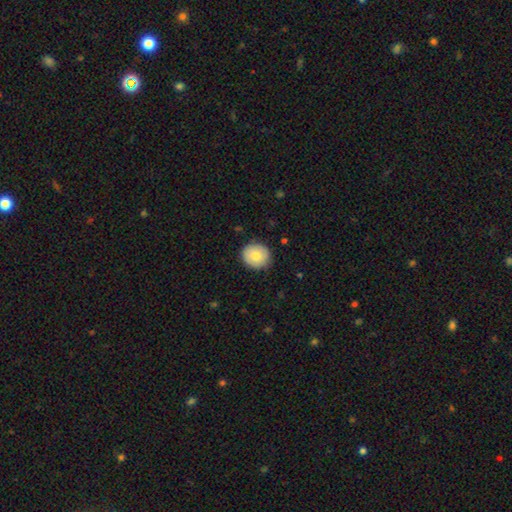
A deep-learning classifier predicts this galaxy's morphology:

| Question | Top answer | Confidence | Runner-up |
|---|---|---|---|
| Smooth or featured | smooth | 79% | featured or disk (14%) |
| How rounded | round | 86% | in between (13%) |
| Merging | none | 87% | minor disturbance (10%) |